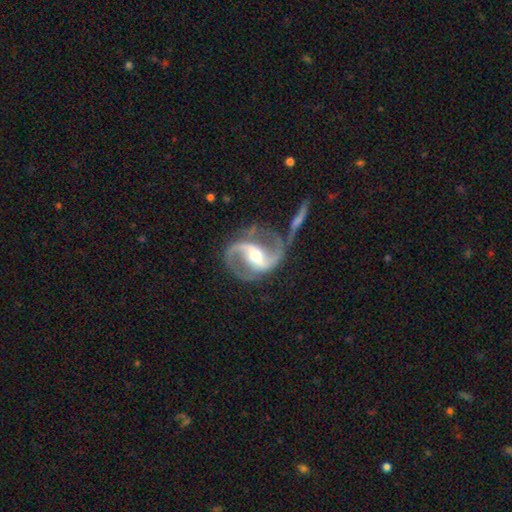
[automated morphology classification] Smooth or featured?
  - featured or disk: 92% *
  - star or artifact: 4%
  - smooth: 3%
Edge-on disk?
  - no: 98% *
  - yes: 2%
Bar?
  - strong: 49% *
  - weak: 34%
  - no: 17%
Spiral arms?
  - yes: 98% *
  - no: 2%
Spiral winding?
  - medium: 51% *
  - loose: 39%
  - tight: 10%
Spiral arm count?
  - 2: 94% *
  - 1: 2%
  - can't tell: 1%
  - 3: 1%
  - 4: 1%
  - more than 4: 1%
Bulge size?
  - moderate: 64% *
  - small: 27%
  - large: 6%
  - none: 1%
  - dominant: 1%
Merging?
  - none: 65% *
  - minor disturbance: 16%
  - major disturbance: 10%
  - merger: 9%